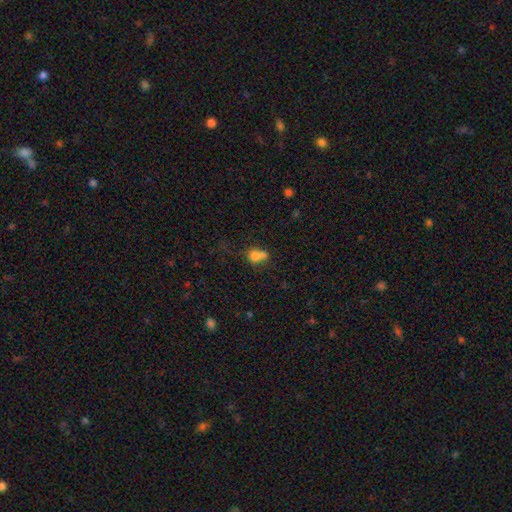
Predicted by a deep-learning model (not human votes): Q: Smooth or featured?
A: smooth (72%); runner-up: featured or disk (15%)
Q: How rounded?
A: round (65%); runner-up: in between (34%)
Q: Merging?
A: merger (58%); runner-up: none (27%)